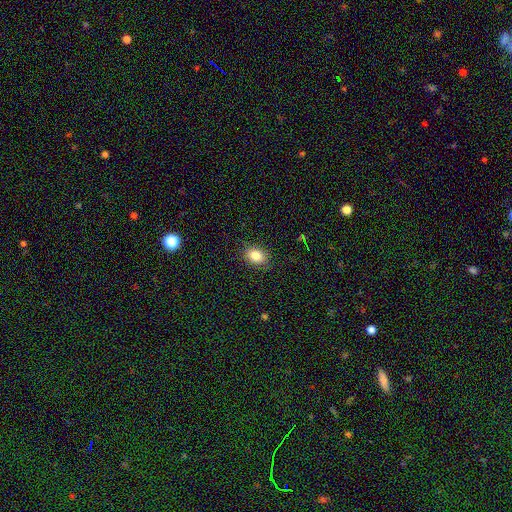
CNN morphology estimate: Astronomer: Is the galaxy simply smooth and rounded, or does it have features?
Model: smooth — 83%.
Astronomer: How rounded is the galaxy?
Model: in between — 74%.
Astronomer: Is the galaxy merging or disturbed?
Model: none — 86%.